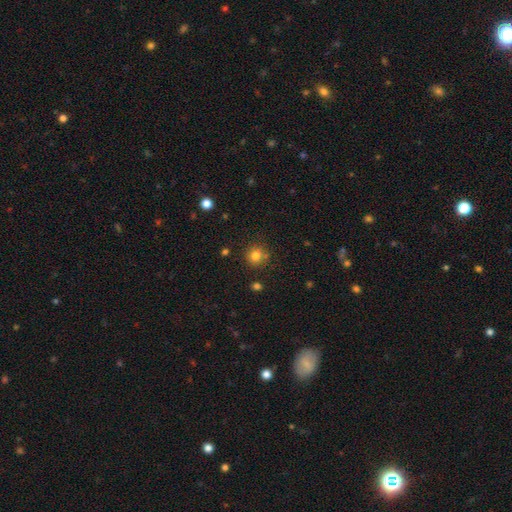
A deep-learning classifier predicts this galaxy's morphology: type=smooth (80%); roundness=round (91%); merging=none (81%).